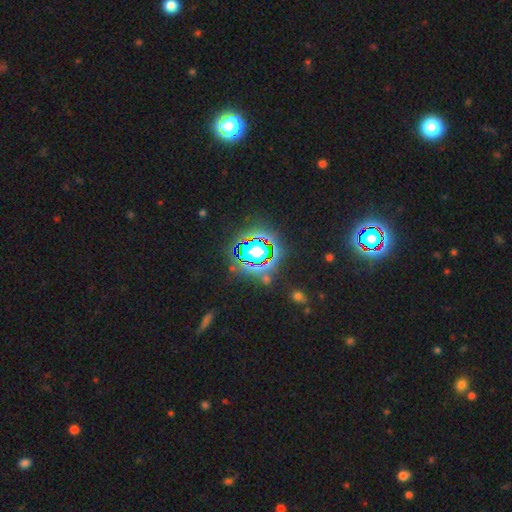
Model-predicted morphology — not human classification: Overall: star or artifact (70%).